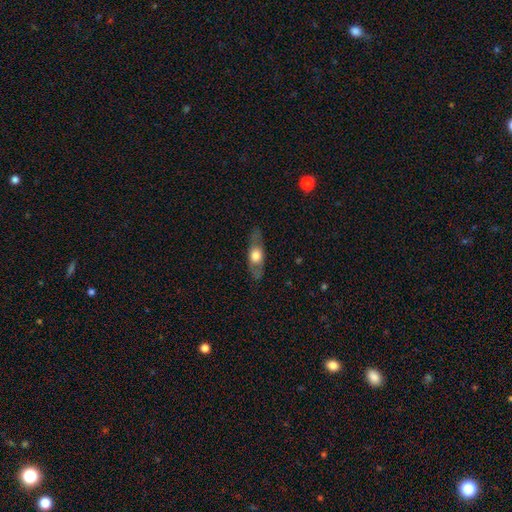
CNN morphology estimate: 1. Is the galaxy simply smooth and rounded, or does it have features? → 49% featured or disk, 45% smooth, 6% star or artifact.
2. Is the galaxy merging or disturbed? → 82% none, 13% minor disturbance, 5% major disturbance, 1% merger.